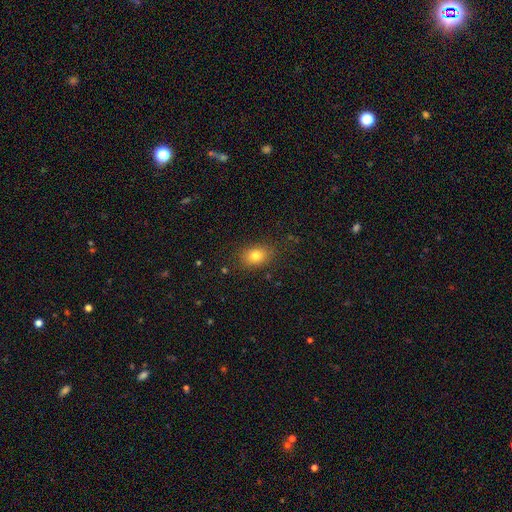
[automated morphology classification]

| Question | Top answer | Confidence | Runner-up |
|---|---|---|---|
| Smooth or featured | smooth | 80% | star or artifact (11%) |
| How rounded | in between | 70% | round (28%) |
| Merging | none | 84% | minor disturbance (11%) |